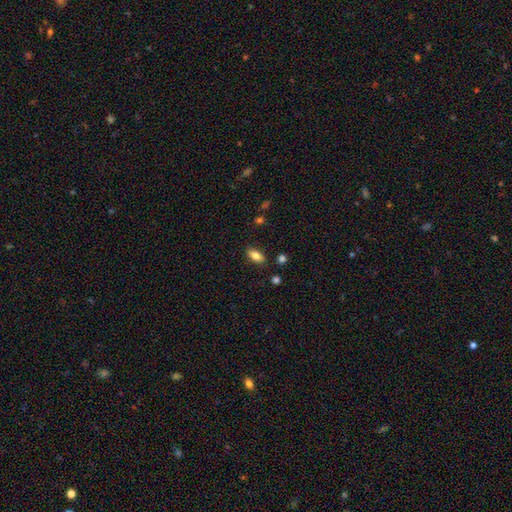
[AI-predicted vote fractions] This is likely a smooth galaxy (79%). How rounded: clearly in between (85%). Merging: clearly none (85%).